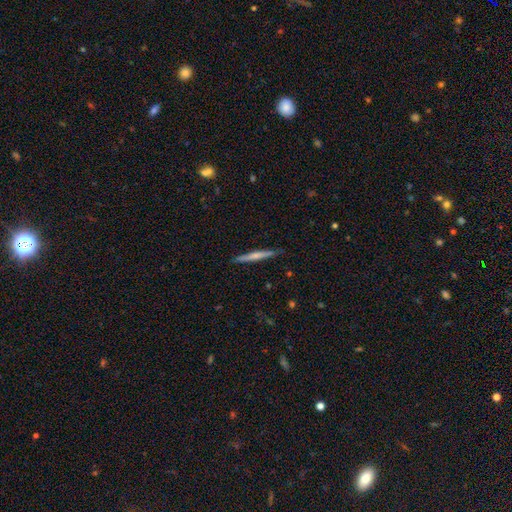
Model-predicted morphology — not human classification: Smooth or featured? smooth (48%)
Merging? none (89%)